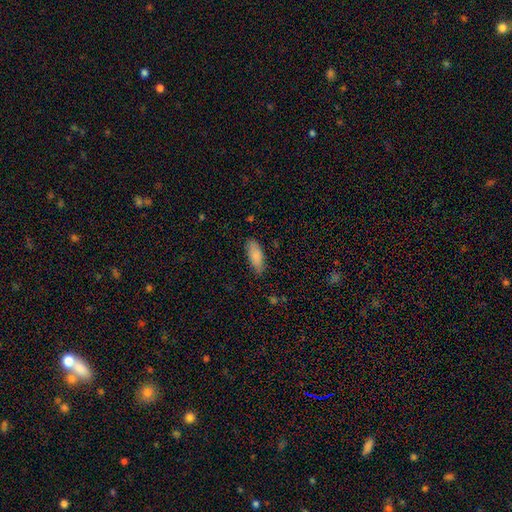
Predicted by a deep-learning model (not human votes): The model was most divided on "merging": none: 79%, minor disturbance: 17%, major disturbance: 3%, merger: 1%. More confident: smooth or featured — smooth (86%); how rounded — in between (81%).